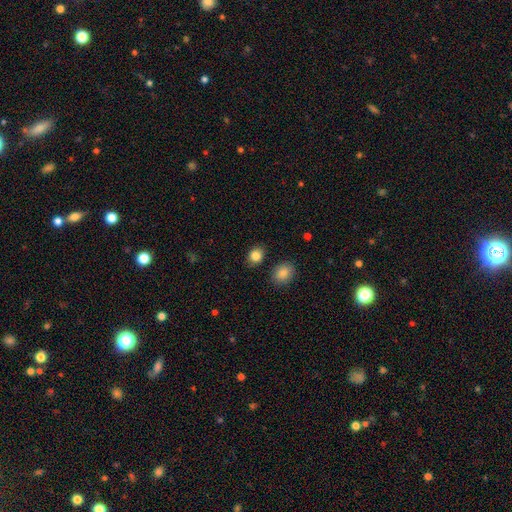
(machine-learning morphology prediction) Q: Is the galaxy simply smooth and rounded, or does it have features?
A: smooth — 85%.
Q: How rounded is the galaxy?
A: round — 50%.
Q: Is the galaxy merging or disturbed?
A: none — 85%.